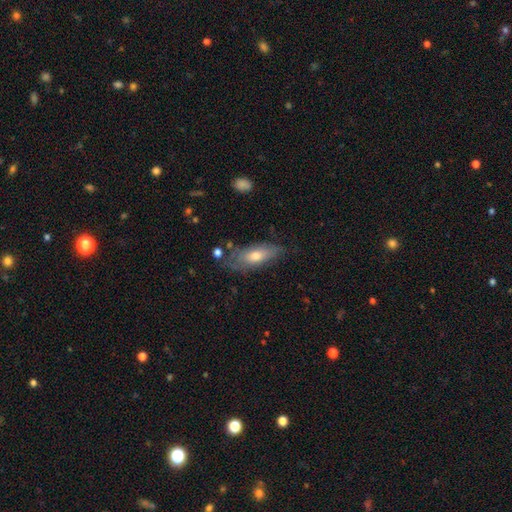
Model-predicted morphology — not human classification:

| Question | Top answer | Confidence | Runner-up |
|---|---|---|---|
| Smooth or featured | smooth | 62% | featured or disk (31%) |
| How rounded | in between | 69% | cigar-shaped (28%) |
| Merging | none | 63% | minor disturbance (25%) |